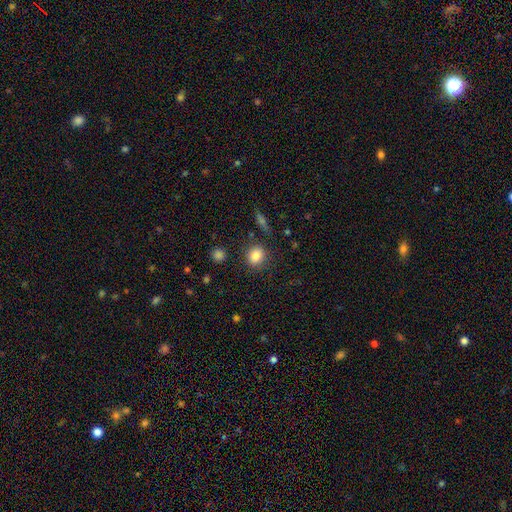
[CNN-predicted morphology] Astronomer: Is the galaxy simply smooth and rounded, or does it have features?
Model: smooth — 84%.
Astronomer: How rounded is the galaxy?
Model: round — 75%.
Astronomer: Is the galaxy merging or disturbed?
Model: none — 84%.